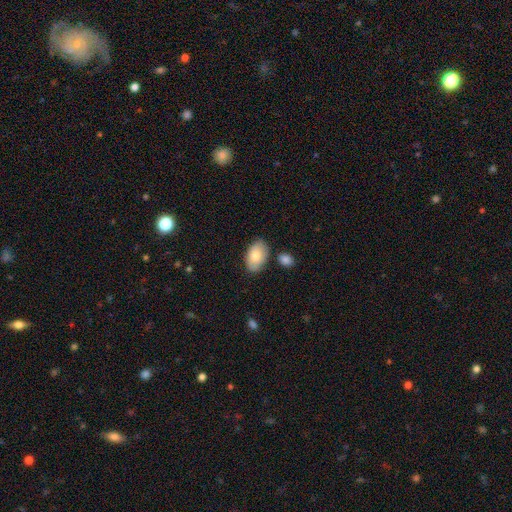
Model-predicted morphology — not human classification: Smooth or featured?
  - smooth: 83% *
  - featured or disk: 11%
  - star or artifact: 6%
How rounded?
  - in between: 94% *
  - round: 5%
  - cigar-shaped: 1%
Merging?
  - none: 76% *
  - minor disturbance: 16%
  - merger: 5%
  - major disturbance: 3%